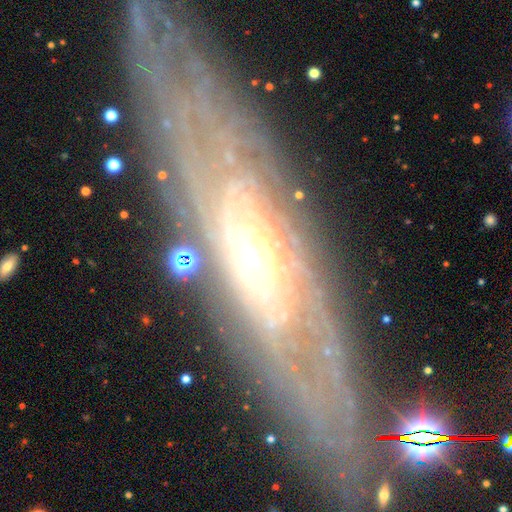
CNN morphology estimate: Smooth or featured: featured or disk — 84% (smooth — 9%)
Edge-on disk: no — 77% (yes — 23%)
Bar: no — 68% (weak — 23%)
Spiral arms: yes — 86% (no — 14%)
Spiral winding: tight — 73% (medium — 20%)
Spiral arm count: can't tell — 54% (2 — 12%)
Bulge size: moderate — 63% (small — 19%)
Merging: none — 70% (minor disturbance — 18%)